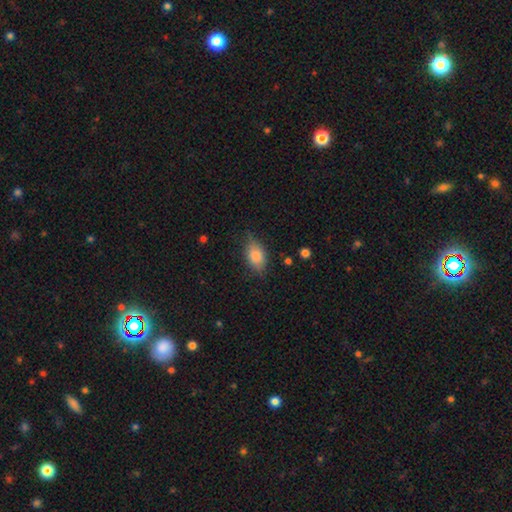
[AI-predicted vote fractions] A smooth galaxy with no disk features (81%) that is in between round and cigar-shaped (85%). Merging: none (65%).